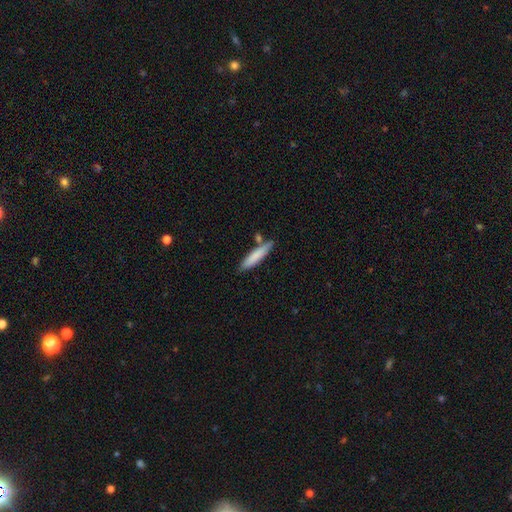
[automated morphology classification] Smooth or featured: smooth — 78% (featured or disk — 16%)
How rounded: cigar-shaped — 86% (in between — 13%)
Merging: none — 74% (minor disturbance — 14%)